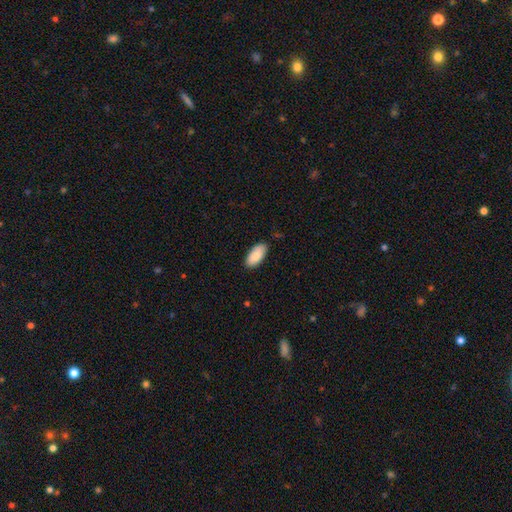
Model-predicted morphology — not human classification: smooth 86%, featured or disk 8%, star or artifact 6%. Down the decision tree: how rounded — in between (91%); merging — none (85%).